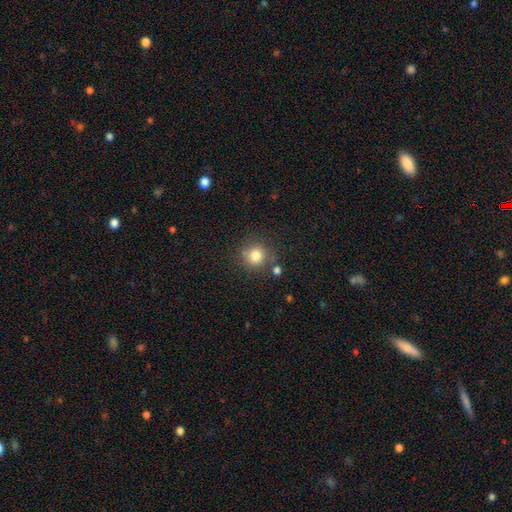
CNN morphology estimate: type=smooth (80%); roundness=round (91%); merging=none (77%).